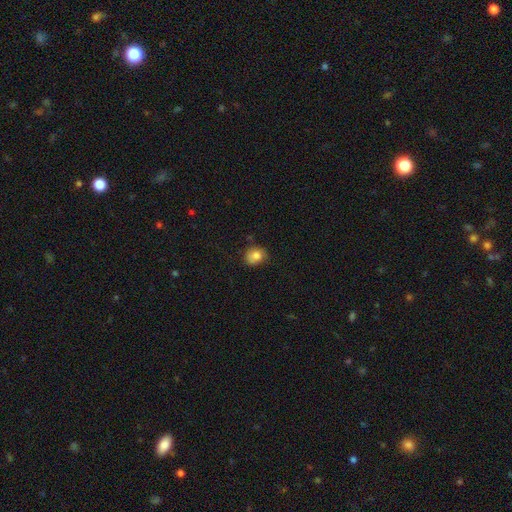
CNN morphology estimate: A smooth galaxy with no disk features (82%) that is round (65%).

Vote fractions:
- Smooth or featured? smooth: 82% / star or artifact: 10% / featured or disk: 8%
- How rounded? round: 65% / in between: 34% / cigar-shaped: 1%
- Merging? none: 71% / minor disturbance: 22% / major disturbance: 4% / merger: 2%